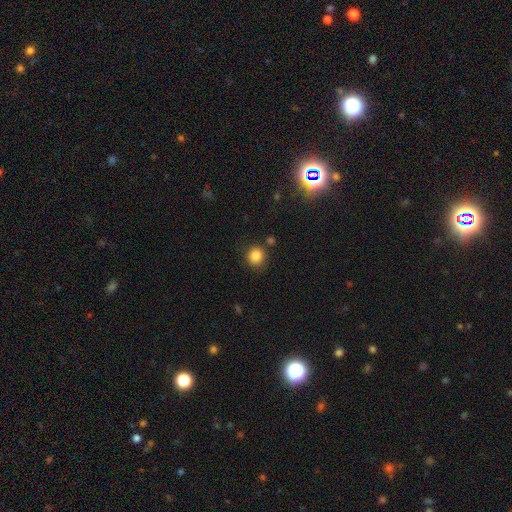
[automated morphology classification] Q: Smooth or featured?
A: smooth (86%); runner-up: star or artifact (10%)
Q: How rounded?
A: round (88%); runner-up: in between (11%)
Q: Merging?
A: none (82%); runner-up: minor disturbance (10%)